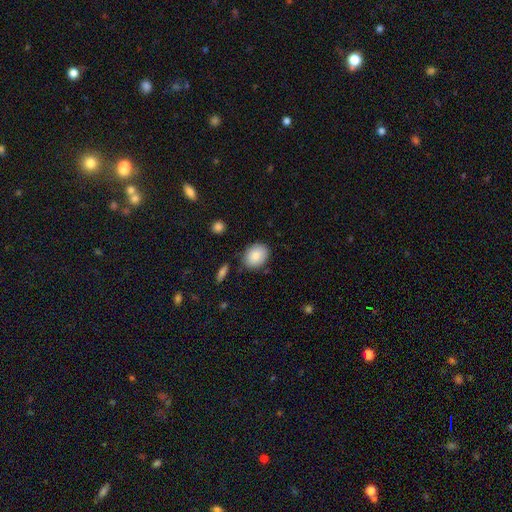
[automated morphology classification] Smooth or featured: smooth — 83% (featured or disk — 10%)
How rounded: in between — 63% (round — 36%)
Merging: none — 82% (minor disturbance — 13%)